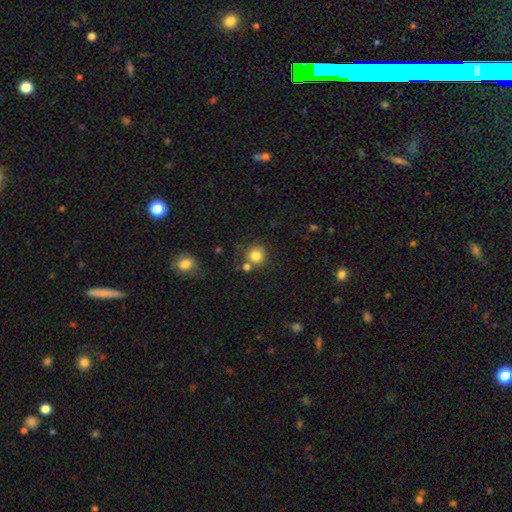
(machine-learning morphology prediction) smooth 82%, star or artifact 11%, featured or disk 7%. Down the decision tree: how rounded — round (91%); merging — none (72%).